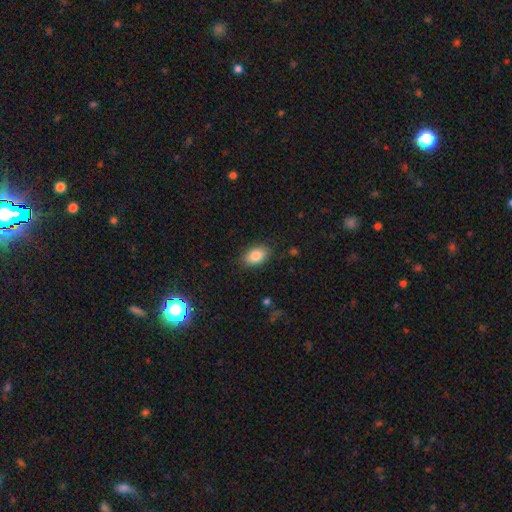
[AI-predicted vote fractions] This is clearly a smooth galaxy (85%). How rounded: clearly in between (89%). Merging: clearly none (85%).